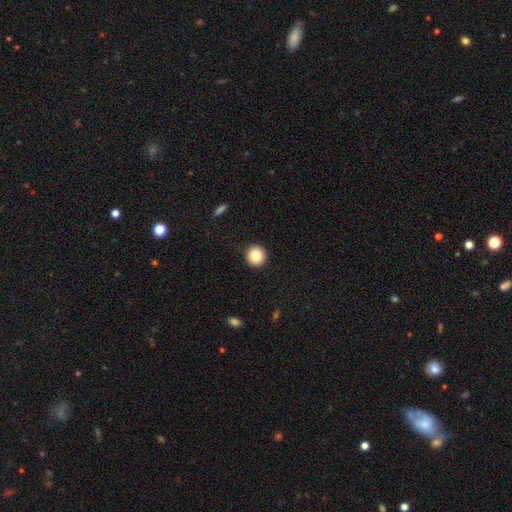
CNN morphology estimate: A smooth galaxy with no disk features (84%) that is round (95%). Merging: none (93%).